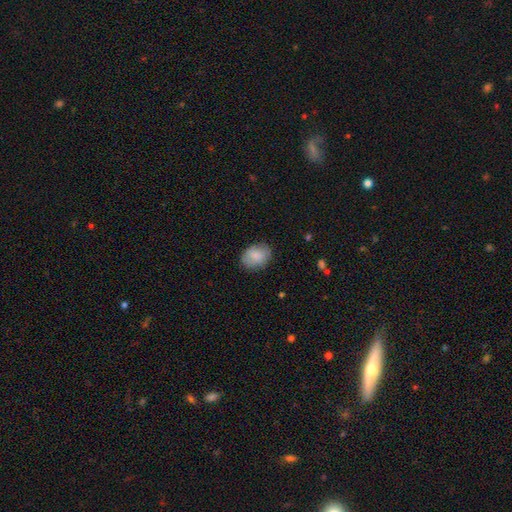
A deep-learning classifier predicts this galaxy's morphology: smooth_or_featured: smooth (p=0.85) [alt: featured or disk p=0.09]
how_rounded: in between (p=0.71) [alt: round p=0.28]
merging: none (p=0.81) [alt: minor disturbance p=0.14]